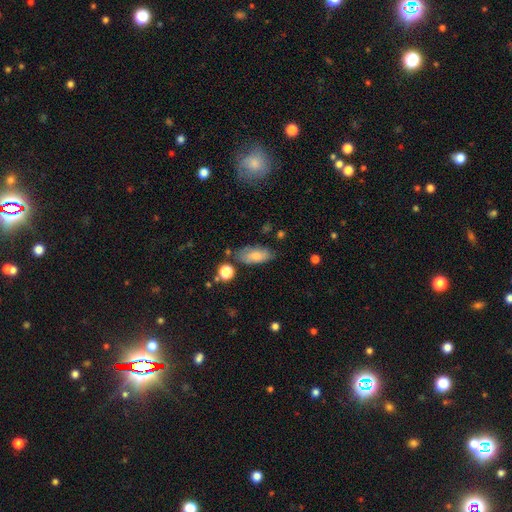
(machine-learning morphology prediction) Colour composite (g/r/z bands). It shows a smooth galaxy with no disk features (78%) that is in between round and cigar-shaped (86%). Merging: none (72%).